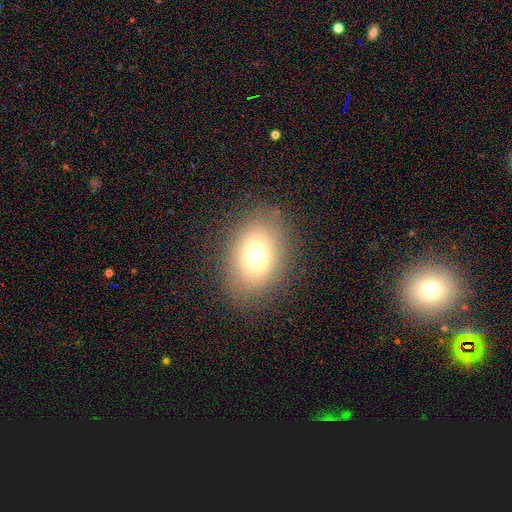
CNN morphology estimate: A smooth galaxy with no disk features (66%) that is in between round and cigar-shaped (62%).

Vote fractions:
- Smooth or featured? smooth: 66% / star or artifact: 18% / featured or disk: 15%
- How rounded? in between: 62% / round: 37% / cigar-shaped: 1%
- Merging? none: 82% / minor disturbance: 11% / major disturbance: 7% / merger: 1%